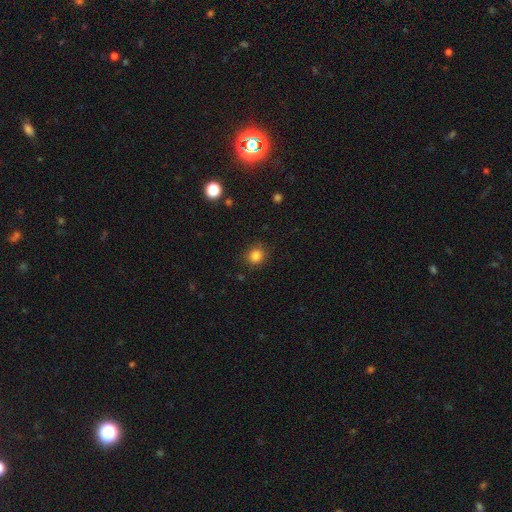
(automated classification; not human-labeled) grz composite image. It shows a smooth galaxy with no disk features (84%) that is round (86%). Merging: none (87%).